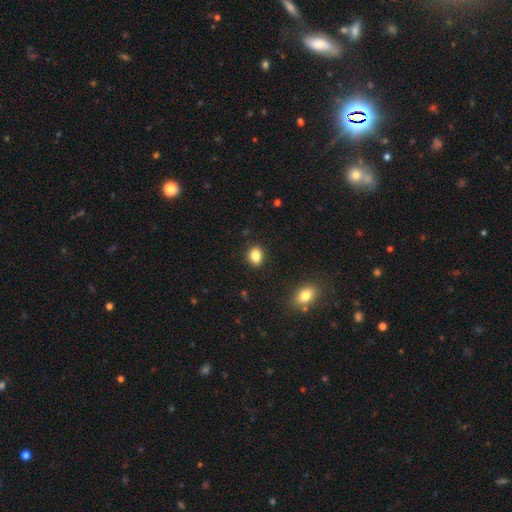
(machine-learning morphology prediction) Smooth or featured: smooth — 84% (star or artifact — 10%)
How rounded: in between — 58% (round — 41%)
Merging: none — 89% (minor disturbance — 8%)